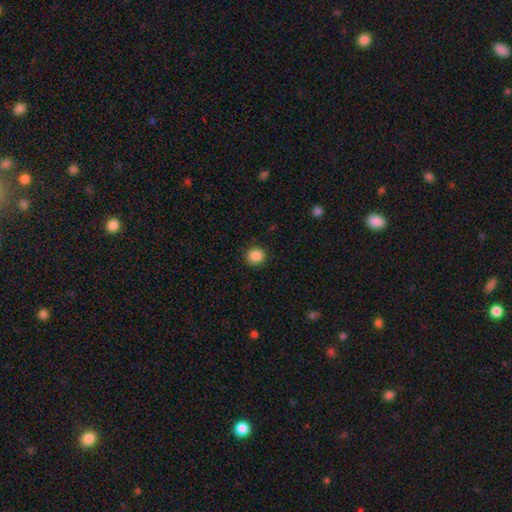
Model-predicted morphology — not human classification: The model was most divided on "smooth or featured": smooth: 87%, star or artifact: 10%, featured or disk: 3%. More confident: merging — none (91%); how rounded — round (90%).